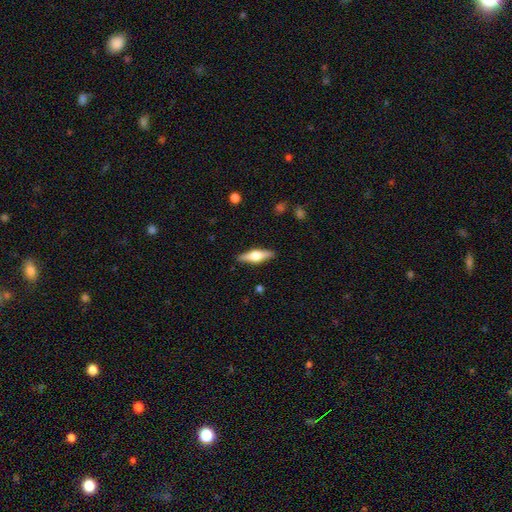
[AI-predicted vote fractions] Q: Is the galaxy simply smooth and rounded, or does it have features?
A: featured or disk — 60%.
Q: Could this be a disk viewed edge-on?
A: yes — 96%.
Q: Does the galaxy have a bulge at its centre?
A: rounded — 91%.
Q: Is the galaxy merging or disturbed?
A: none — 89%.